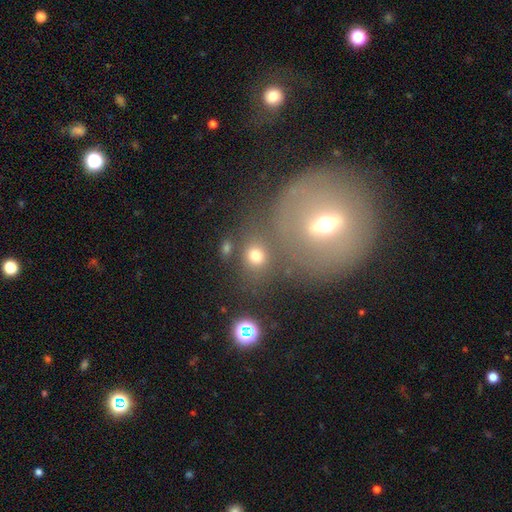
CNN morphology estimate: smooth_or_featured: smooth (p=0.72) [alt: star or artifact p=0.18]
how_rounded: round (p=0.74) [alt: in between p=0.24]
merging: none (p=0.64) [alt: merger p=0.19]